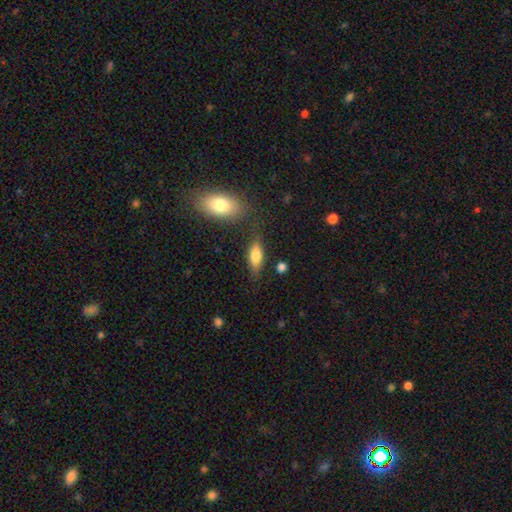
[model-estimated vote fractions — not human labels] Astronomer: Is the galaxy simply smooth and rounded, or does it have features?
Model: smooth — 75%.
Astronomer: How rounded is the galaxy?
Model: in between — 74%.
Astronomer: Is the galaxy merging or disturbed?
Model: none — 72%.